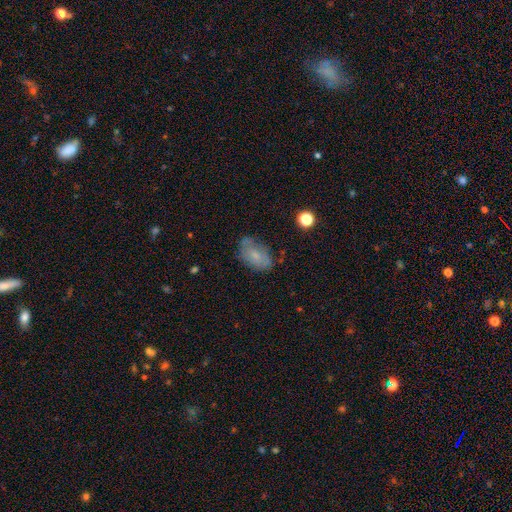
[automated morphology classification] smooth_or_featured: smooth (p=0.67) [alt: featured or disk p=0.24]
how_rounded: in between (p=0.91) [alt: round p=0.07]
merging: none (p=0.65) [alt: minor disturbance p=0.26]